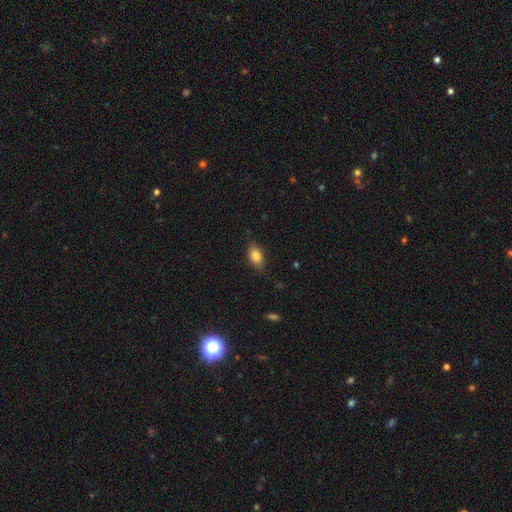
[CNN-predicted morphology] Smooth or featured? smooth (84%)
How rounded? in between (88%)
Merging? none (82%)